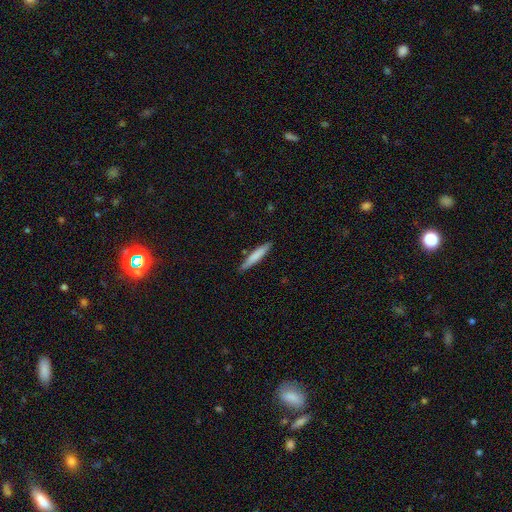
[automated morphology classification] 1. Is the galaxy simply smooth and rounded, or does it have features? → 74% smooth, 20% featured or disk, 5% star or artifact.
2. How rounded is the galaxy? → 92% cigar-shaped, 7% in between, 1% round.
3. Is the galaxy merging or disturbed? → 86% none, 10% minor disturbance, 2% merger, 2% major disturbance.